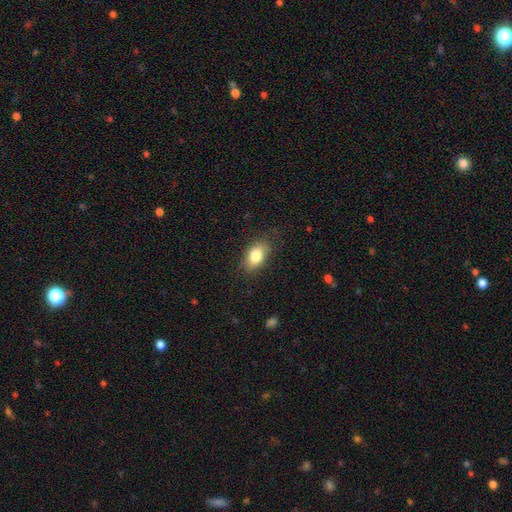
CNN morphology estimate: smooth_or_featured: smooth (p=0.81) [alt: featured or disk p=0.11]
how_rounded: in between (p=0.89) [alt: round p=0.08]
merging: none (p=0.80) [alt: minor disturbance p=0.15]